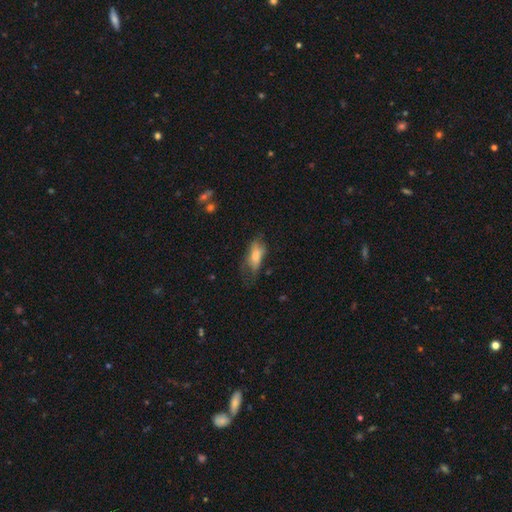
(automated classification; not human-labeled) A smooth galaxy with no disk features (73%) that is in between round and cigar-shaped (79%). Merging: none (38%).